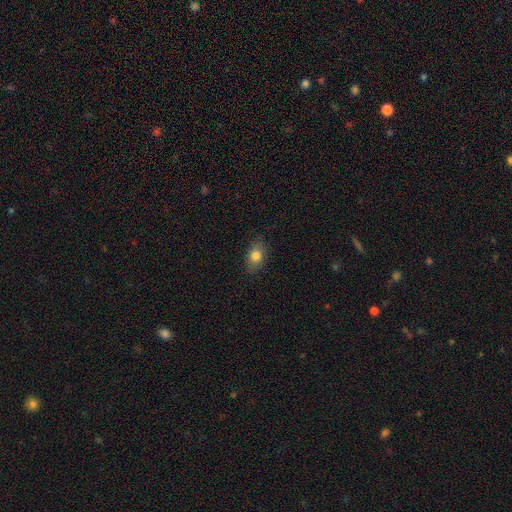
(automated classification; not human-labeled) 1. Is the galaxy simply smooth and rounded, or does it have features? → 80% smooth, 11% featured or disk, 9% star or artifact.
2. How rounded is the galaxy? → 80% in between, 17% round, 3% cigar-shaped.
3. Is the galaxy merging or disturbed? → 82% none, 14% minor disturbance, 3% major disturbance, 1% merger.